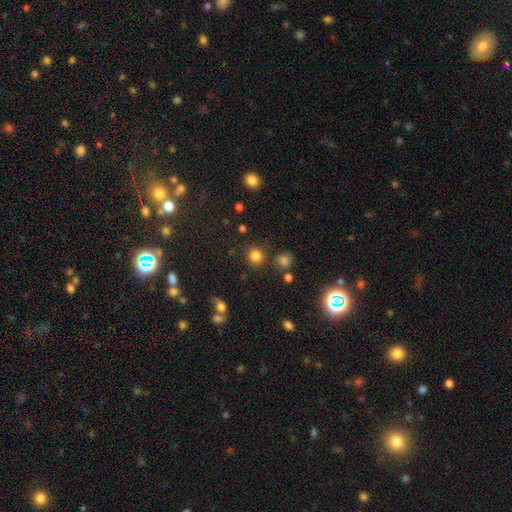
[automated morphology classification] smooth_or_featured: smooth (p=0.81) [alt: star or artifact p=0.14]
how_rounded: round (p=0.90) [alt: in between p=0.09]
merging: none (p=0.82) [alt: minor disturbance p=0.08]